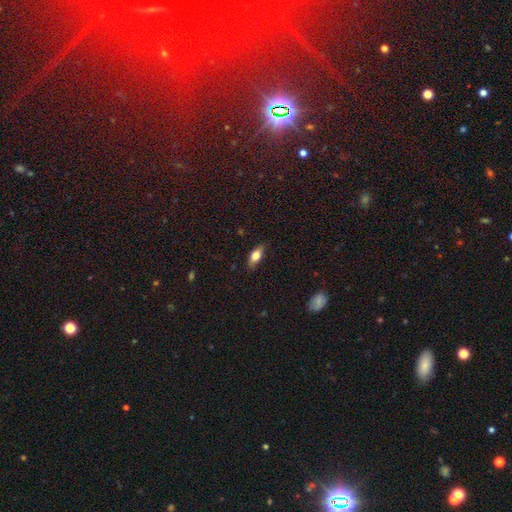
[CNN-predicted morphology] The model was most divided on "smooth or featured": smooth: 69%, featured or disk: 23%, star or artifact: 8%. More confident: merging — none (83%); how rounded — in between (77%).